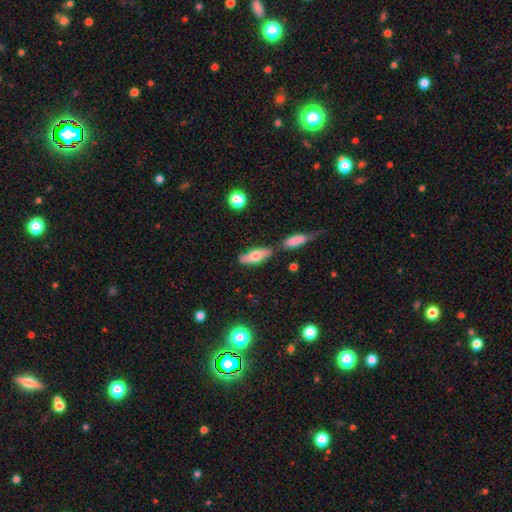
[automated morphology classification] Smooth or featured? smooth (67%)
How rounded? in between (65%)
Merging? none (67%)